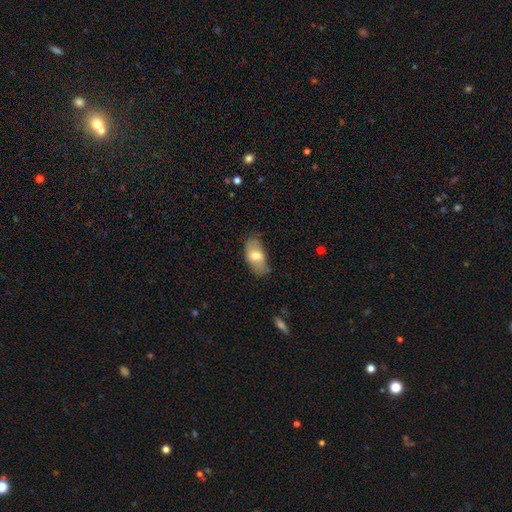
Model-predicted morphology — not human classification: The model was most divided on "smooth or featured": smooth: 67%, featured or disk: 27%, star or artifact: 7%. More confident: how rounded — in between (92%); merging — none (67%).